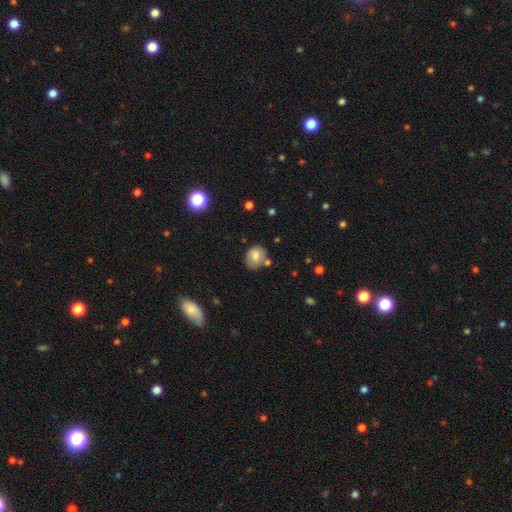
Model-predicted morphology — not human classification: Overall: smooth (70%). How rounded: round (68%; in between 31%). Merging: none (66%).